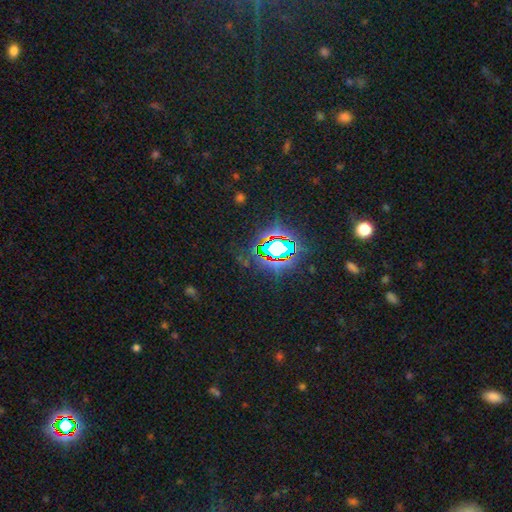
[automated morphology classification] type=star or artifact (82%).